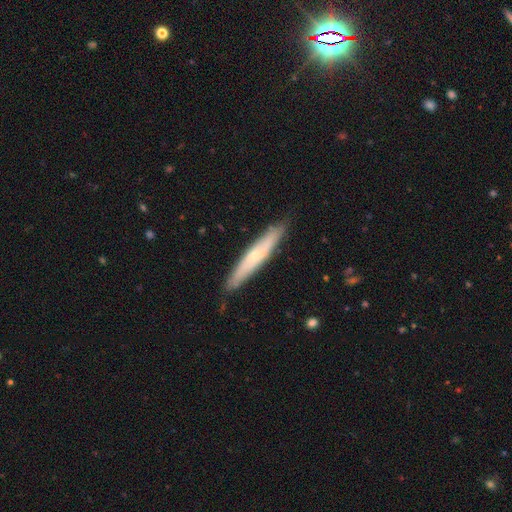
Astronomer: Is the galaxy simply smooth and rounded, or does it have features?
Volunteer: smooth — 62%.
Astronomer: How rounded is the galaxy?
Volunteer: cigar-shaped — 88%.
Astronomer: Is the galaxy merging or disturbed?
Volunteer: none — 81%.